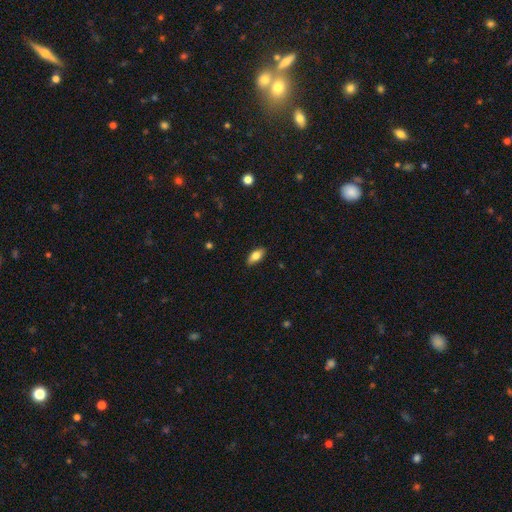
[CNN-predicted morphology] smooth-or-featured: smooth: 78% | featured or disk: 15% | star or artifact: 7%
  how-rounded: in between: 87% | cigar-shaped: 11% | round: 3%
  merging: none: 88% | minor disturbance: 9% | major disturbance: 2% | merger: 1%